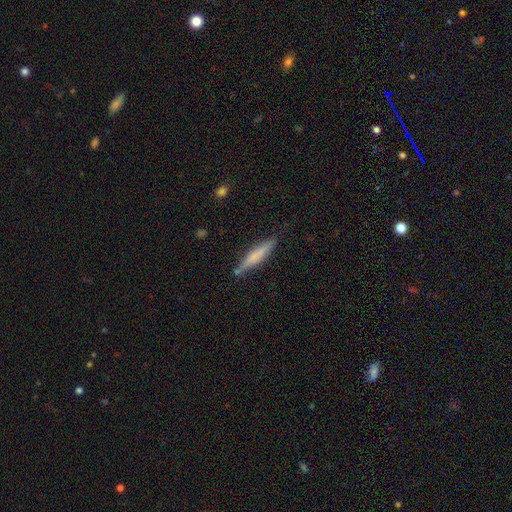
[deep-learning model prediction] Smooth or featured? smooth (54%)
How rounded? cigar-shaped (90%)
Merging? none (82%)